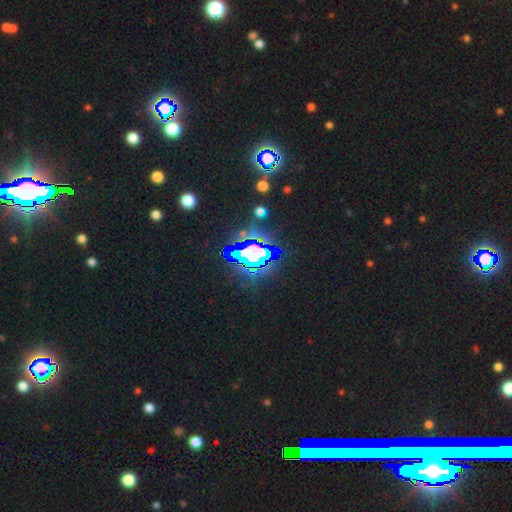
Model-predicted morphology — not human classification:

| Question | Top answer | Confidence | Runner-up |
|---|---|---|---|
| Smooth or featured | star or artifact | 79% | smooth (11%) |